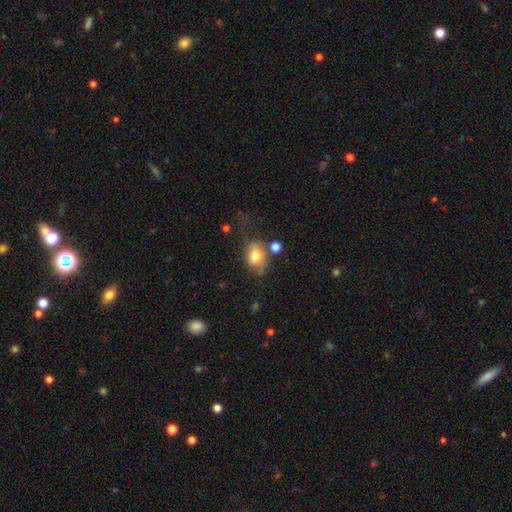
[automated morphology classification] This is likely a smooth galaxy (72%). How rounded: likely in between (71%). Merging: possibly none (46%).